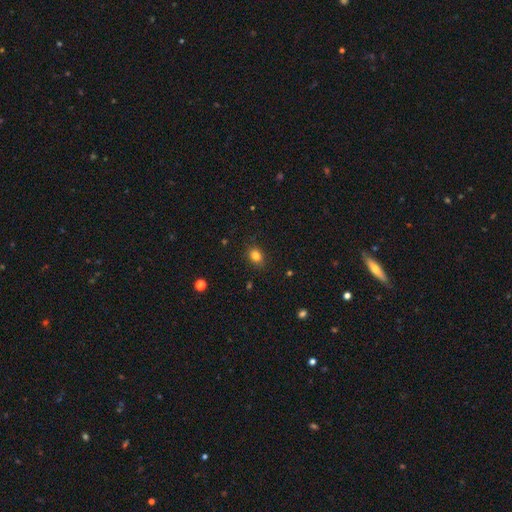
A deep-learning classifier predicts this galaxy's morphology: Smooth or featured? smooth (81%)
How rounded? in between (56%)
Merging? none (85%)